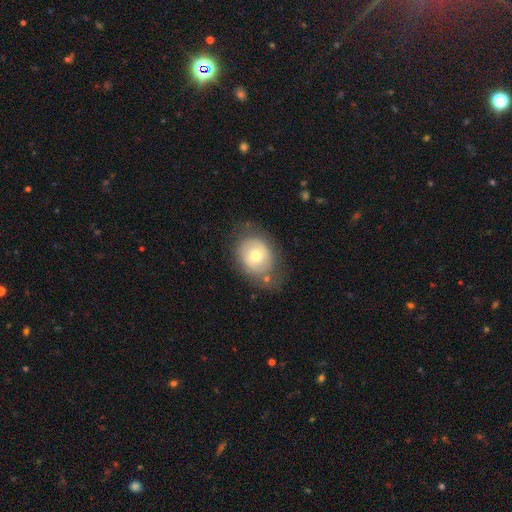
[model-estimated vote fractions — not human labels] Smooth or featured?
  - smooth: 64% *
  - featured or disk: 28%
  - star or artifact: 8%
How rounded?
  - round: 51% *
  - in between: 49%
  - cigar-shaped: 1%
Merging?
  - none: 62% *
  - minor disturbance: 23%
  - major disturbance: 10%
  - merger: 5%